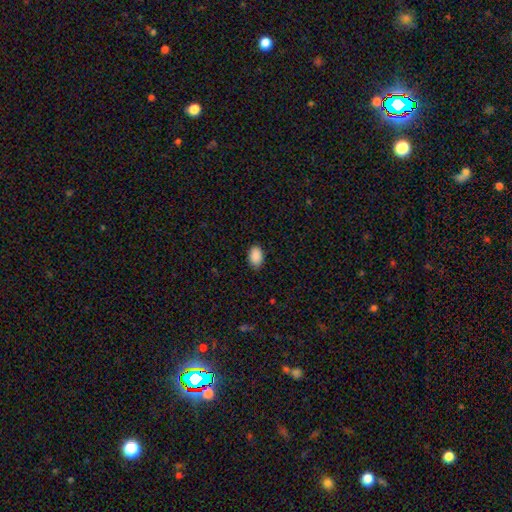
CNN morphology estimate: A smooth galaxy with no disk features (90%) that is in between round and cigar-shaped (87%). Merging: none (84%).